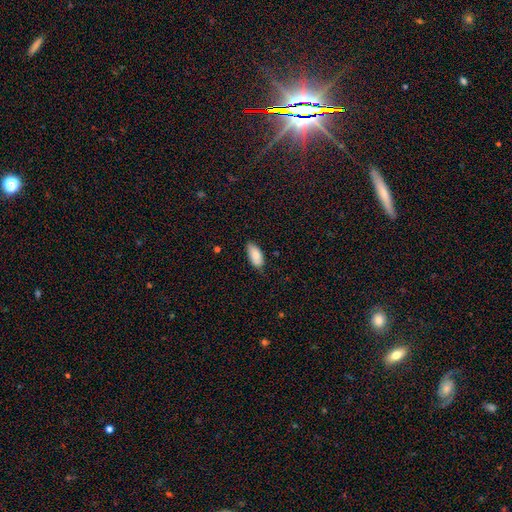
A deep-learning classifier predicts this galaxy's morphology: A smooth galaxy with no disk features (86%) that is in between round and cigar-shaped (92%). Merging: none (75%).